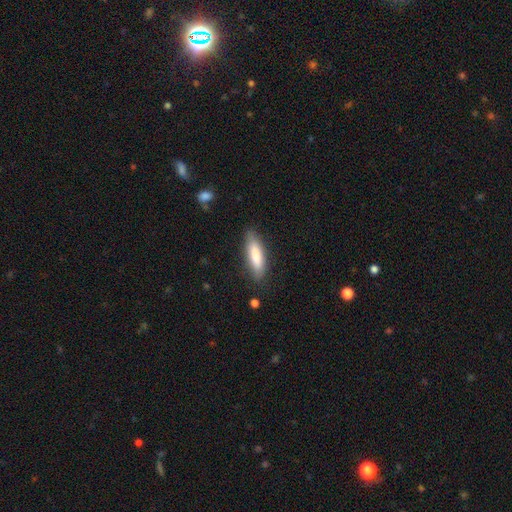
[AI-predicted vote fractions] This is clearly a smooth galaxy (80%). How rounded: possibly cigar-shaped (57%). Merging: clearly none (81%).